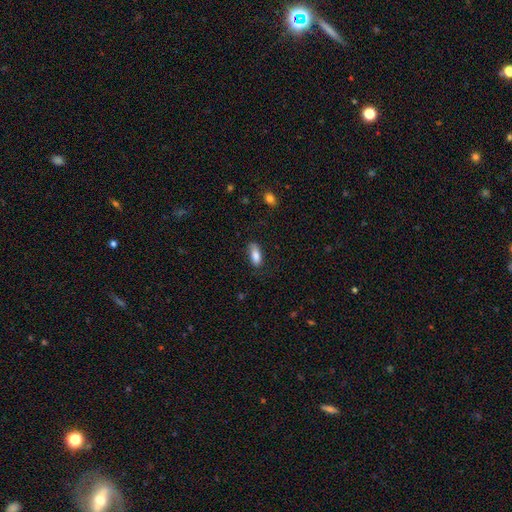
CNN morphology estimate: This appears to be a smooth galaxy with no disk features (85%) that is in between round and cigar-shaped (82%). Merging: none (70%).